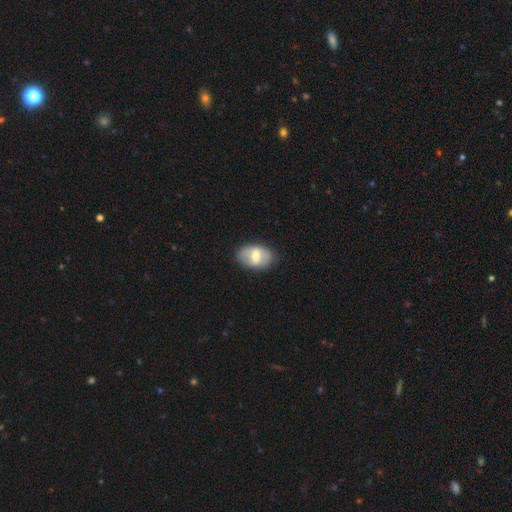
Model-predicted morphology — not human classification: smooth-or-featured: smooth: 50% | featured or disk: 43% | star or artifact: 7%
  how-rounded: in between: 87% | round: 11% | cigar-shaped: 2%
  merging: none: 79% | minor disturbance: 15% | major disturbance: 4% | merger: 1%